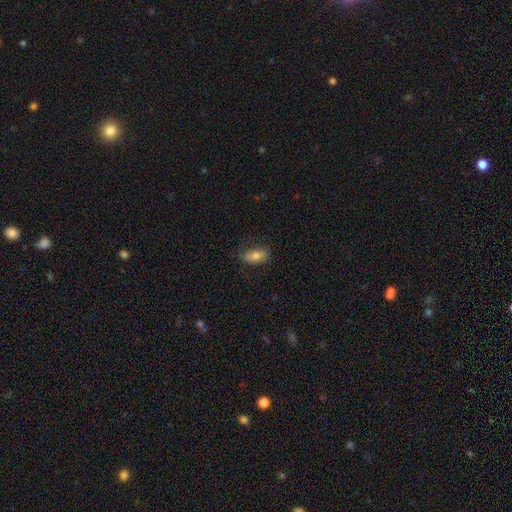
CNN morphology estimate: Smooth or featured?
  - smooth: 73% *
  - featured or disk: 19%
  - star or artifact: 8%
How rounded?
  - in between: 87% *
  - cigar-shaped: 7%
  - round: 6%
Merging?
  - none: 73% *
  - minor disturbance: 20%
  - major disturbance: 6%
  - merger: 1%